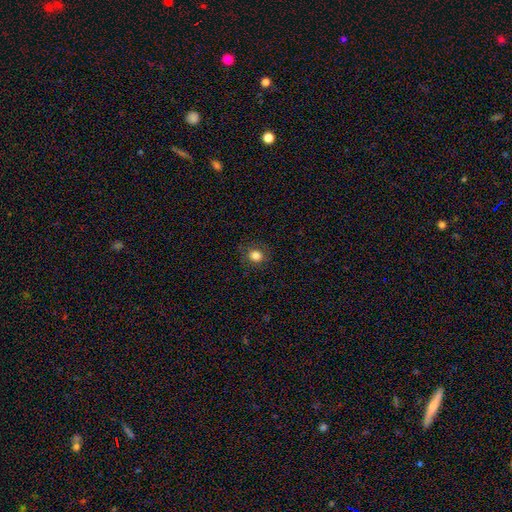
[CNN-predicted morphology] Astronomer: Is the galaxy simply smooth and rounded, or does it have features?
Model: smooth — 81%.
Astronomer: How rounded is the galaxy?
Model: round — 80%.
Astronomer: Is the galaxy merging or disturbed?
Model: none — 85%.